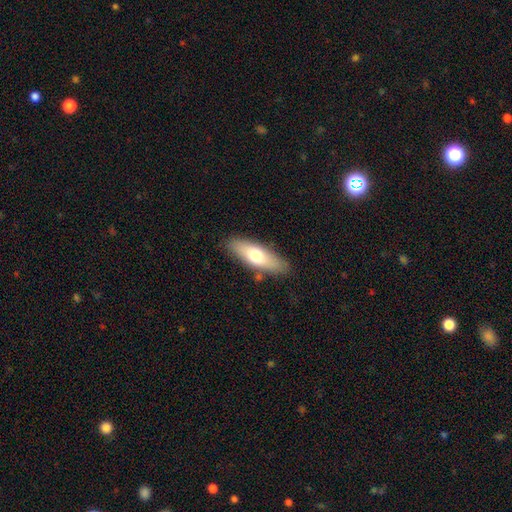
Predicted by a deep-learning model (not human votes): Morphology: type=smooth (65%); roundness=in between (57%); merging=none (84%).